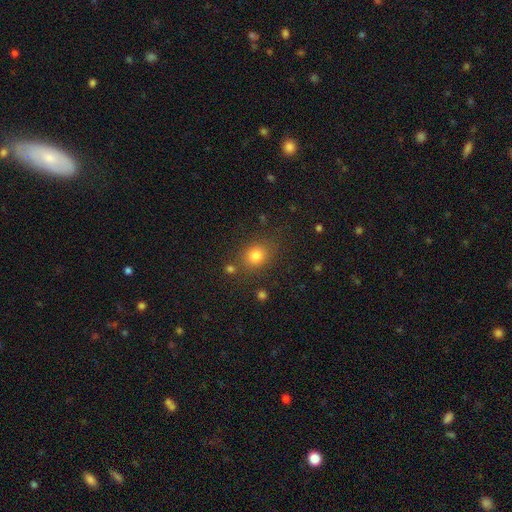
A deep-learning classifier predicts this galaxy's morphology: type=smooth (79%); roundness=round (68%); merging=none (77%).